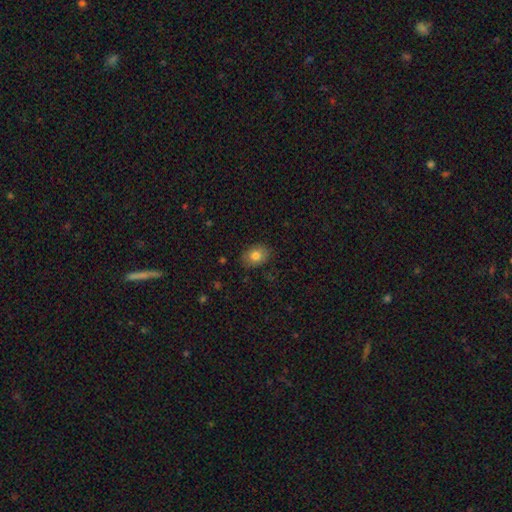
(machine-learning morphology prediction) type=smooth (80%); roundness=in between (74%); merging=none (84%).